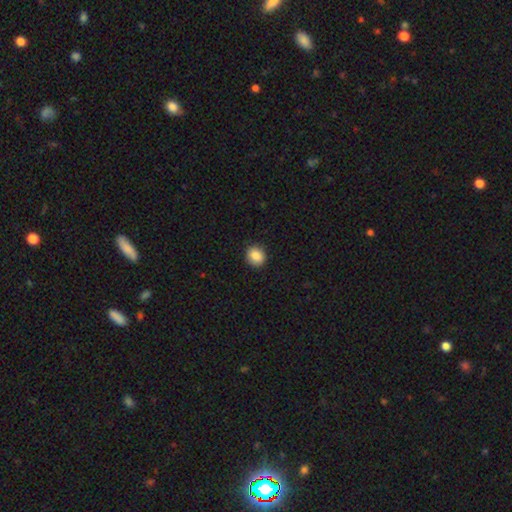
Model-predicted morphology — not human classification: A smooth galaxy with no disk features (87%) that is round (80%).

Vote fractions:
- Smooth or featured? smooth: 87% / star or artifact: 9% / featured or disk: 4%
- How rounded? round: 80% / in between: 19% / cigar-shaped: 1%
- Merging? none: 90% / minor disturbance: 7% / major disturbance: 2% / merger: 1%